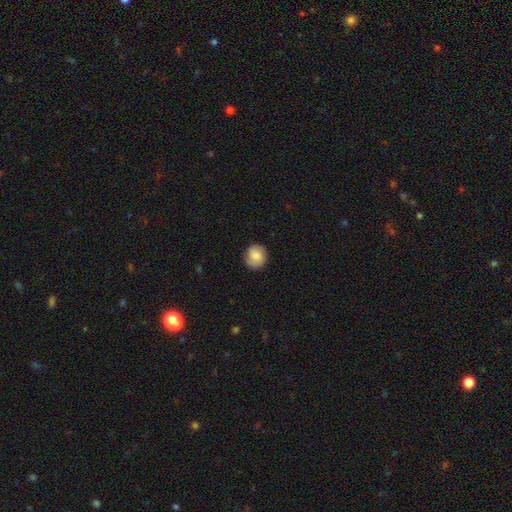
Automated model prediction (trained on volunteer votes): A smooth galaxy with no disk features (68%) that is round (84%).

Vote fractions:
- Smooth or featured? smooth: 68% / featured or disk: 24% / star or artifact: 8%
- How rounded? round: 84% / in between: 15% / cigar-shaped: 1%
- Merging? none: 79% / minor disturbance: 16% / major disturbance: 4% / merger: 1%